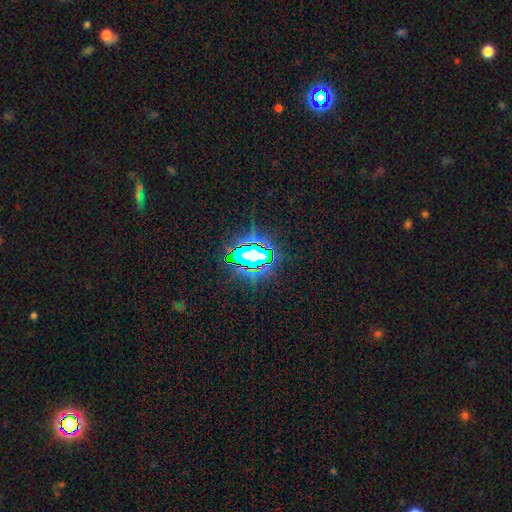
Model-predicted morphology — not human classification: Smooth or featured?
  - star or artifact: 76% *
  - smooth: 12%
  - featured or disk: 12%